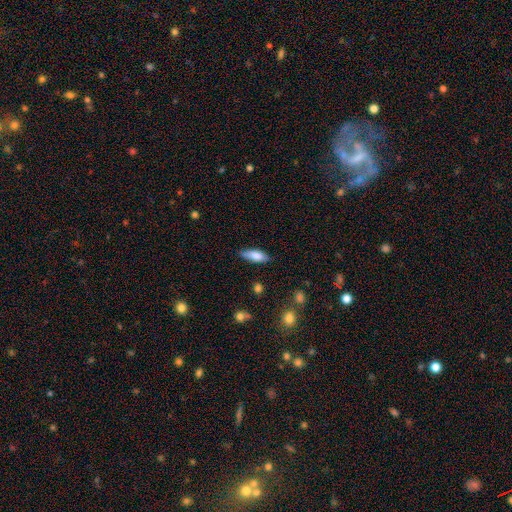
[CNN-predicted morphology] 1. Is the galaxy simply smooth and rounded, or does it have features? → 77% smooth, 17% featured or disk, 7% star or artifact.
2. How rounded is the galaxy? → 68% in between, 30% cigar-shaped, 2% round.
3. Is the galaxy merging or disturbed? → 76% none, 19% minor disturbance, 4% major disturbance, 2% merger.